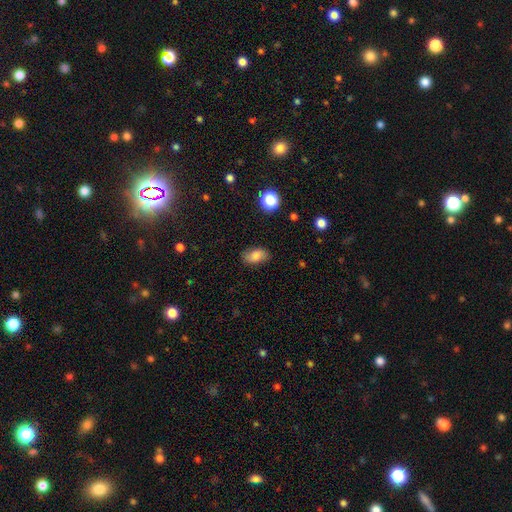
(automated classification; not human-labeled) Morphology: type=smooth (79%); roundness=in between (90%); merging=none (80%).